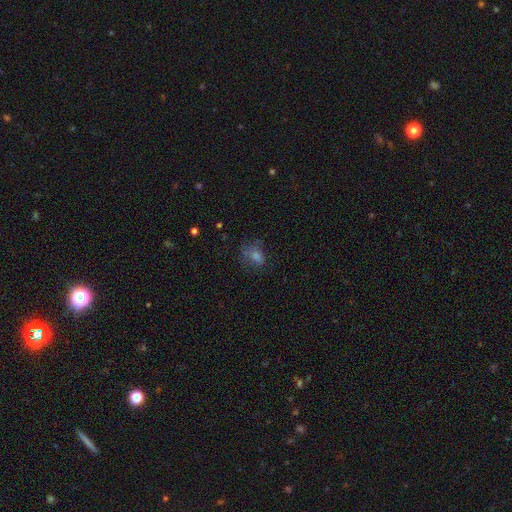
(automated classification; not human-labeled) The model was most divided on "how rounded": in between: 50%, round: 48%, cigar-shaped: 2%. More confident: merging — none (62%); smooth or featured — smooth (54%).